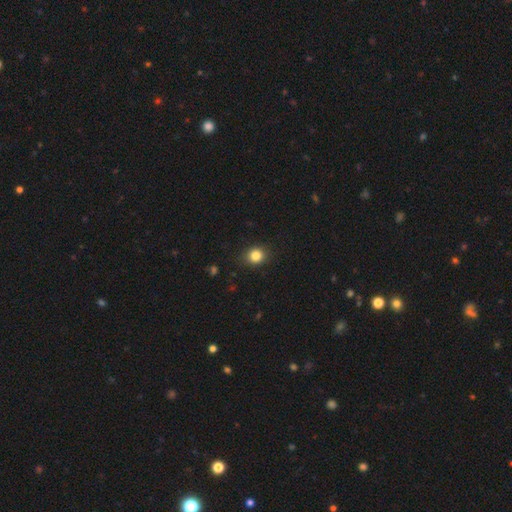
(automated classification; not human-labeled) Overall: smooth (84%). How rounded: round (78%). Merging: none (87%).